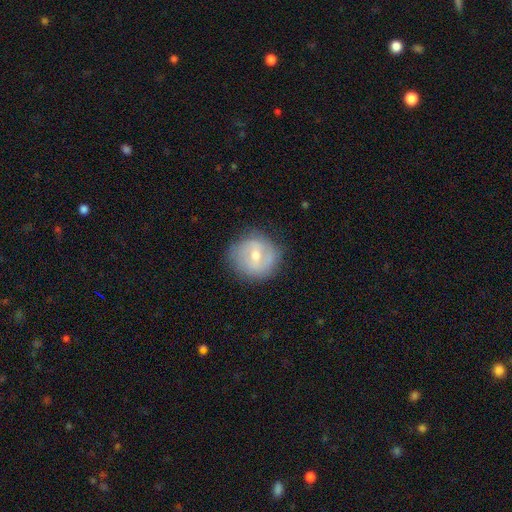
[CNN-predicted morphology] Overall: featured or disk (50%; smooth 43%). Merging: none (75%).